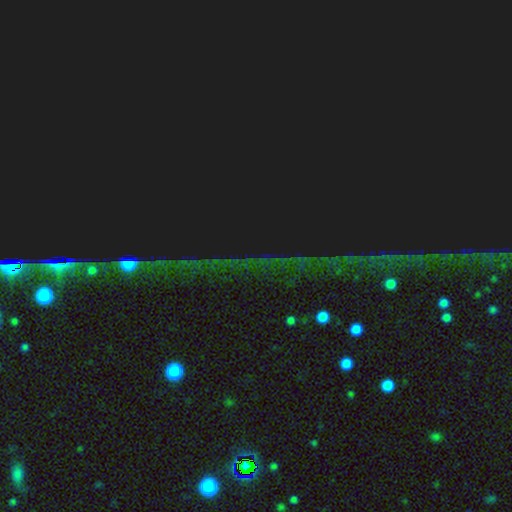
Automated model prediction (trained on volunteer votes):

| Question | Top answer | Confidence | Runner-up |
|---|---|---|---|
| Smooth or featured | star or artifact | 83% | smooth (9%) |